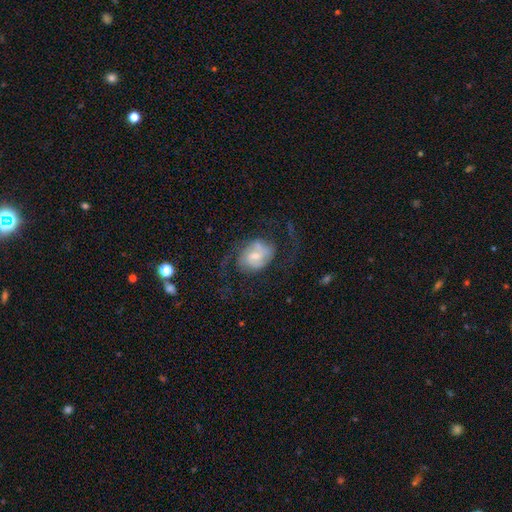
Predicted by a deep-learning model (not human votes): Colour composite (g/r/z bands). It shows a featured or disk galaxy (70%) with a weak bar (50%), 2 (72%) loose (43%) spiral arms (85%) and a small central bulge (49%). Merging: none (52%).